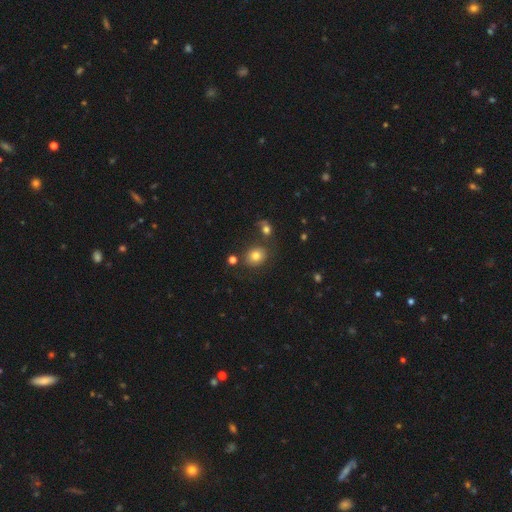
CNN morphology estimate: This appears to be a smooth galaxy with no disk features (78%) that is round (64%). Merging: none (74%).